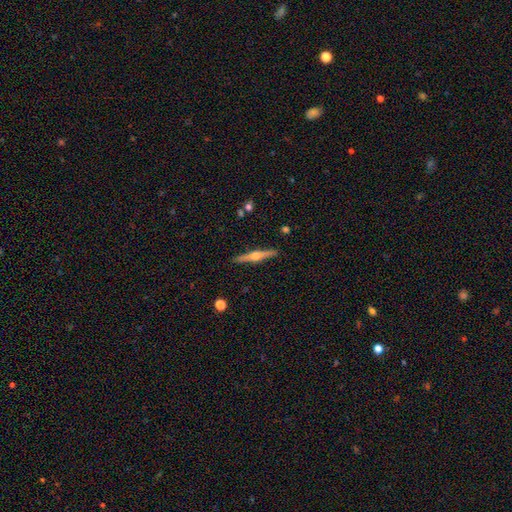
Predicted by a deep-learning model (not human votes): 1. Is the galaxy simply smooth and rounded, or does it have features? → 74% featured or disk, 20% smooth, 5% star or artifact.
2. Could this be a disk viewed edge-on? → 98% yes, 2% no.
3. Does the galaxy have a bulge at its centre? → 92% rounded, 5% boxy, 3% none.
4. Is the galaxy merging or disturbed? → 91% none, 6% minor disturbance, 1% major disturbance, 1% merger.